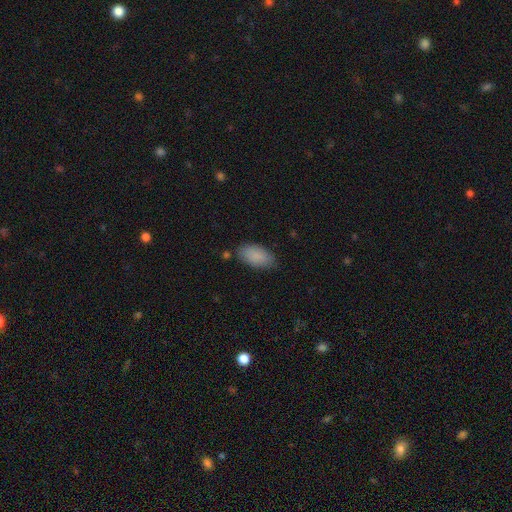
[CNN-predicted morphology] The model was most divided on "merging": none: 79%, minor disturbance: 15%, major disturbance: 3%, merger: 2%. More confident: how rounded — in between (93%); smooth or featured — smooth (88%).